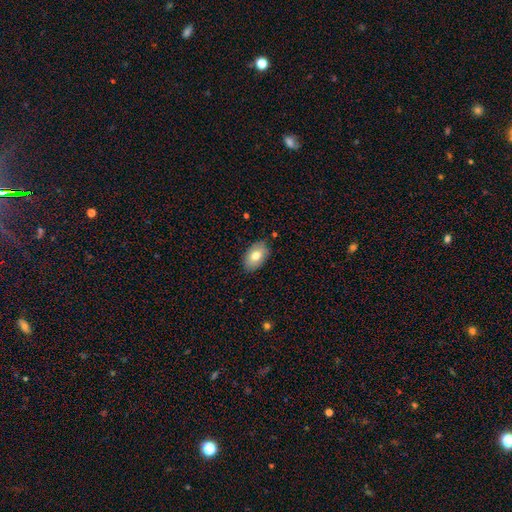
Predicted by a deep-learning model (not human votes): smooth 75%, featured or disk 18%, star or artifact 7%. Down the decision tree: how rounded — in between (90%); merging — none (84%).